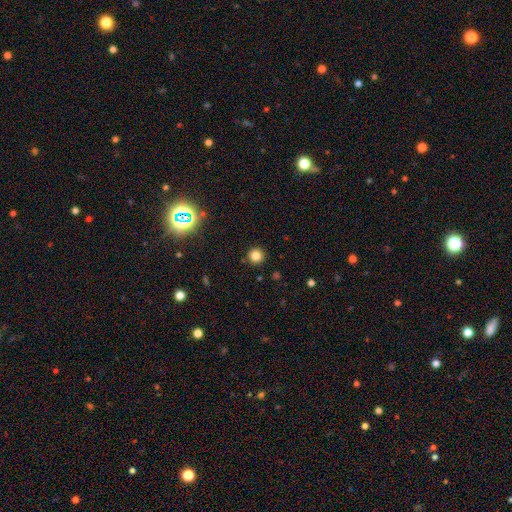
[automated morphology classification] type=smooth (80%); roundness=round (95%); merging=none (91%).